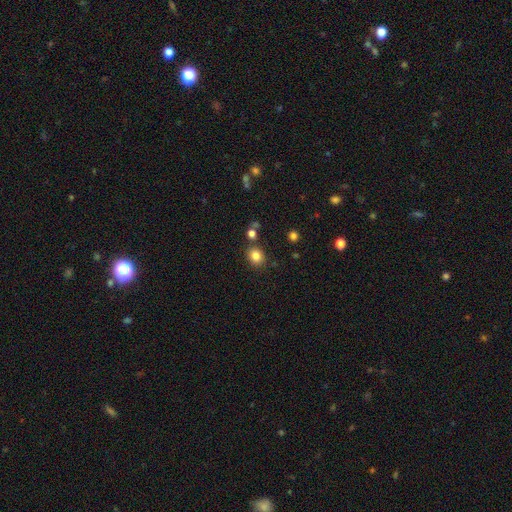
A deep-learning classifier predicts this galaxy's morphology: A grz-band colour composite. It shows a smooth galaxy with no disk features (83%) that is round (71%). Merging: none (81%).